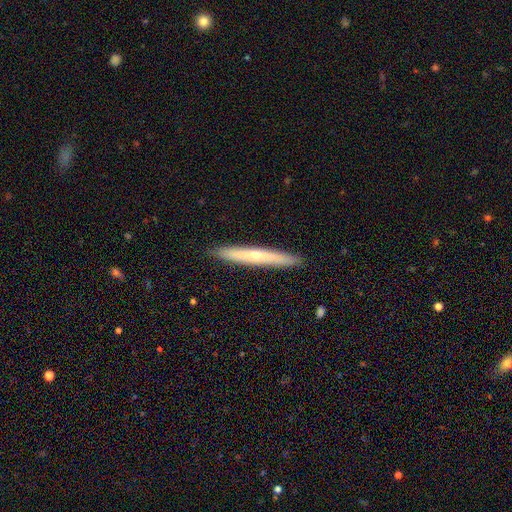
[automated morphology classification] This is possibly a featured or disk galaxy (50%). It is clearly viewed edge-on (93%). Merging: clearly none (91%).